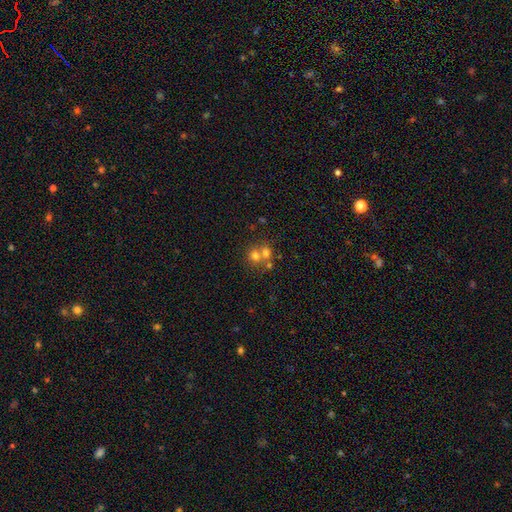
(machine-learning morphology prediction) Smooth or featured? Predicted: smooth (p=0.66). How rounded? Predicted: round (p=0.80). Merging? Predicted: merger (p=0.54).